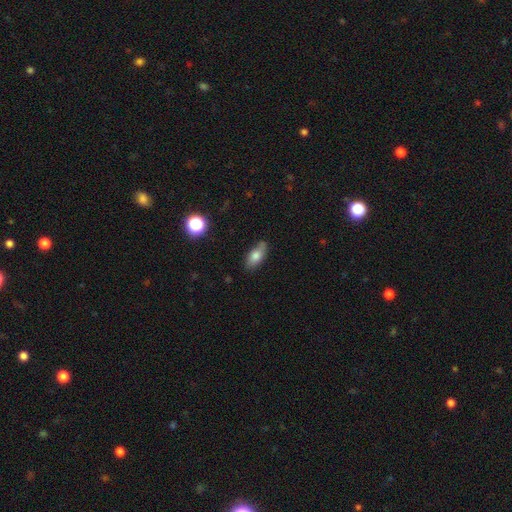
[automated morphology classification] type=smooth (76%); roundness=in between (86%); merging=none (74%).